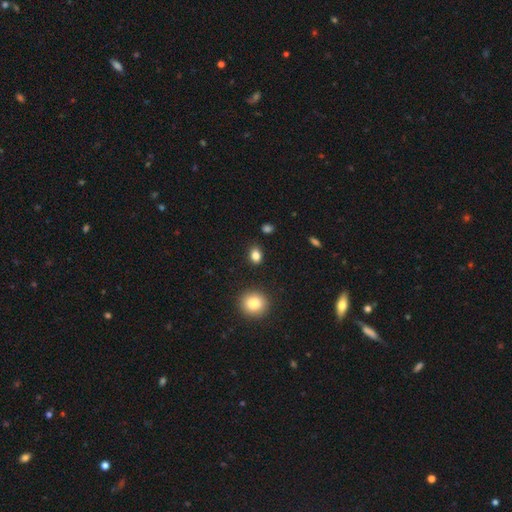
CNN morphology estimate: This is clearly a smooth galaxy (84%). How rounded: possibly in between (57%). Merging: clearly none (87%).